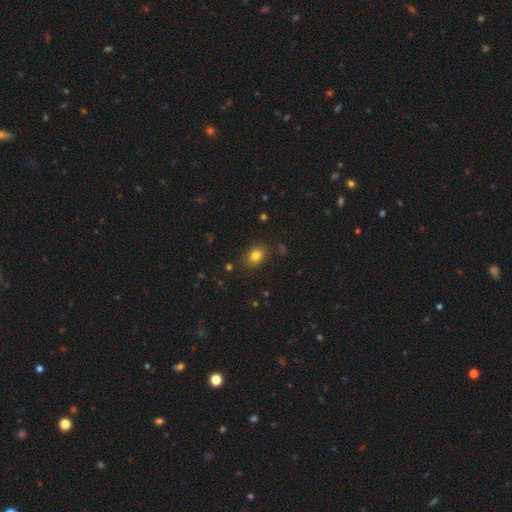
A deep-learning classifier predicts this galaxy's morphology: This appears to be a smooth galaxy with no disk features (82%) that is in between round and cigar-shaped (61%). Merging: none (84%).